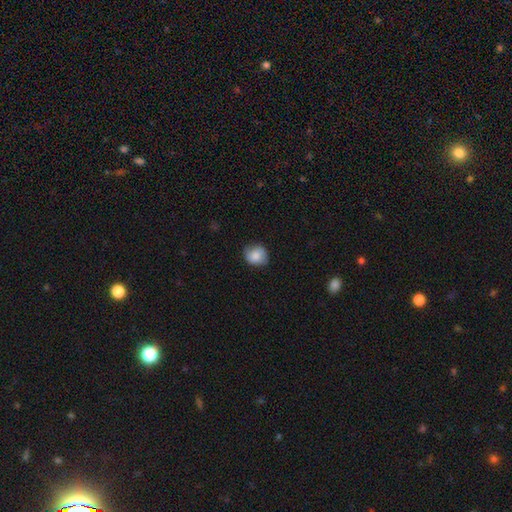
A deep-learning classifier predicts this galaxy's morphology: A smooth galaxy with no disk features (78%) that is round (77%).

Vote fractions:
- Smooth or featured? smooth: 78% / featured or disk: 14% / star or artifact: 8%
- How rounded? round: 77% / in between: 22% / cigar-shaped: 1%
- Merging? none: 76% / minor disturbance: 19% / major disturbance: 4% / merger: 1%